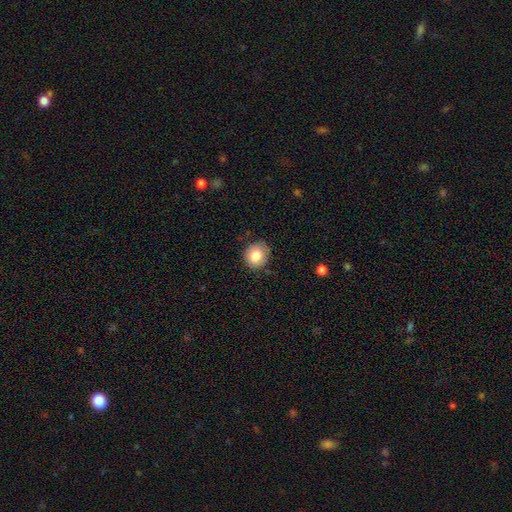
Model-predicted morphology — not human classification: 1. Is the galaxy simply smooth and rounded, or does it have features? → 82% smooth, 9% star or artifact, 9% featured or disk.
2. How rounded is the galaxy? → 77% round, 22% in between, 1% cigar-shaped.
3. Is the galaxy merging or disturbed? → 84% none, 12% minor disturbance, 3% major disturbance, 1% merger.